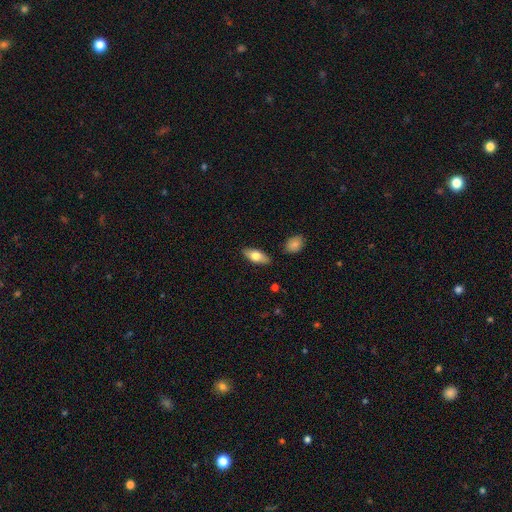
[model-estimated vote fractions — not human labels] This is likely a smooth galaxy (71%). How rounded: clearly in between (83%). Merging: clearly none (84%).